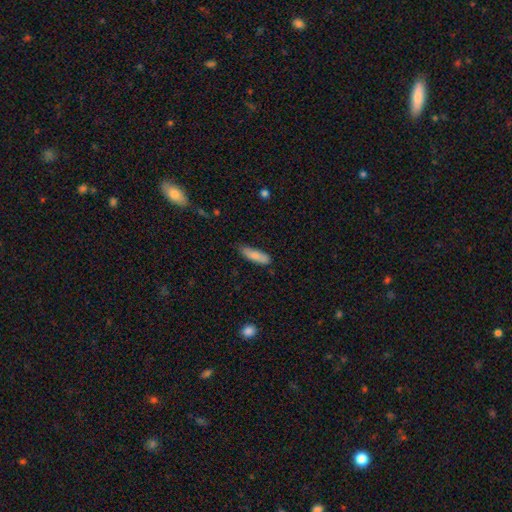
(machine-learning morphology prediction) smooth-or-featured: smooth: 85% | featured or disk: 9% | star or artifact: 6%
  how-rounded: cigar-shaped: 55% | in between: 44% | round: 2%
  merging: none: 74% | minor disturbance: 21% | major disturbance: 3% | merger: 2%